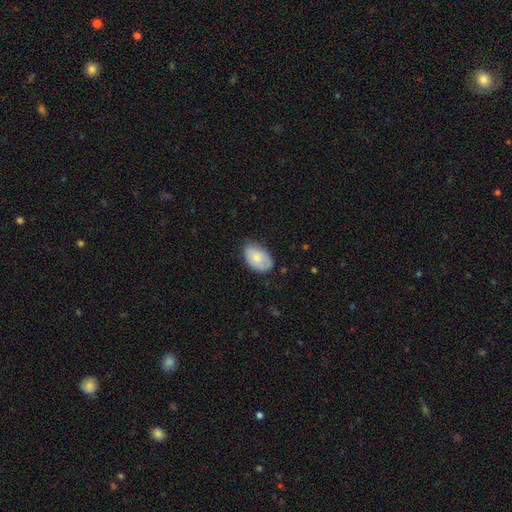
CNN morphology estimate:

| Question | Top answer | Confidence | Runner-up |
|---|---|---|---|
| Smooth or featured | smooth | 78% | featured or disk (15%) |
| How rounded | in between | 90% | round (9%) |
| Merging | none | 68% | minor disturbance (26%) |